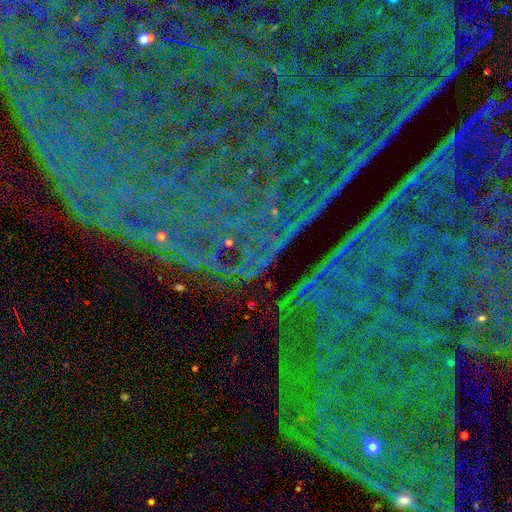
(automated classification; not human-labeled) The model was most divided on "smooth or featured": star or artifact: 86%, featured or disk: 8%, smooth: 6%.